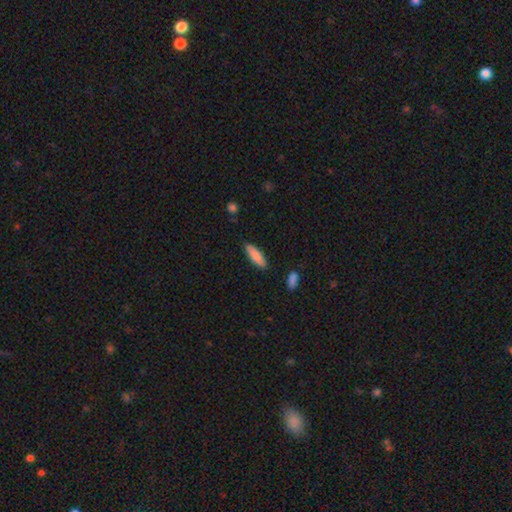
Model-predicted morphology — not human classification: This is clearly a smooth galaxy (84%). How rounded: possibly cigar-shaped (53%). Merging: clearly none (86%).